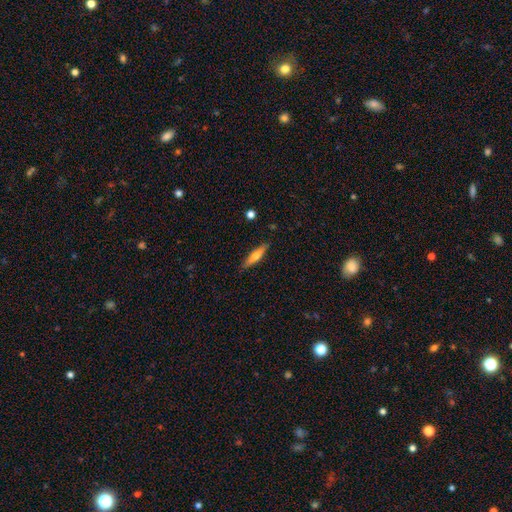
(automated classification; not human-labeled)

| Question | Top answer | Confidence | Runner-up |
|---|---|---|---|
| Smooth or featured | smooth | 49% | featured or disk (45%) |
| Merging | none | 88% | minor disturbance (9%) |